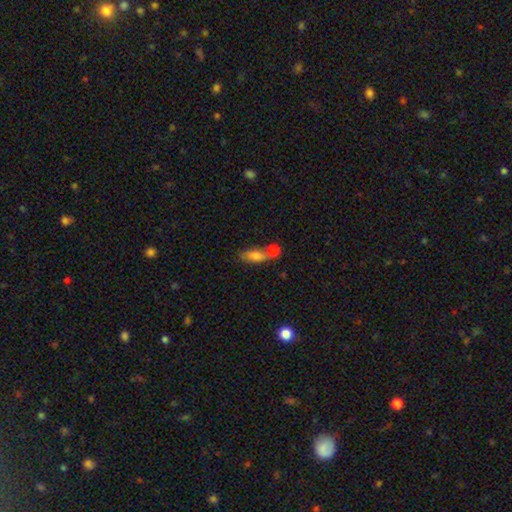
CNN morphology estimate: This appears to be a smooth galaxy with no disk features (73%) that is in between round and cigar-shaped (71%). Merging: merger (43%).